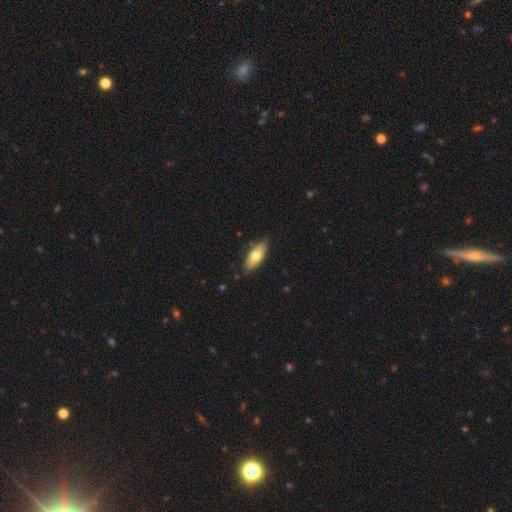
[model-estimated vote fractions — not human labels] Smooth or featured?
  - smooth: 68% *
  - featured or disk: 26%
  - star or artifact: 6%
How rounded?
  - in between: 78% *
  - cigar-shaped: 19%
  - round: 3%
Merging?
  - none: 80% *
  - minor disturbance: 16%
  - major disturbance: 2%
  - merger: 2%